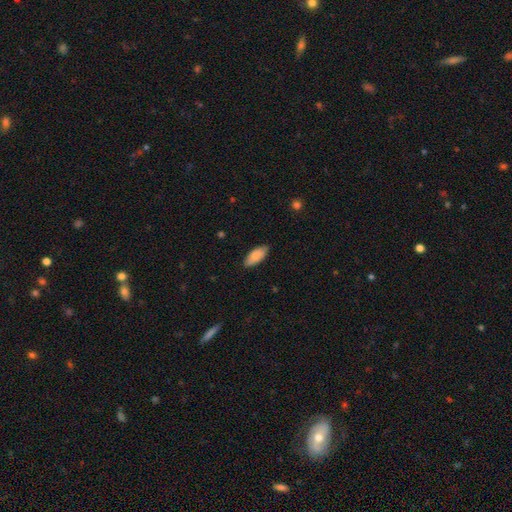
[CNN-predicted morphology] This is clearly a smooth galaxy (87%). How rounded: clearly in between (85%). Merging: clearly none (85%).